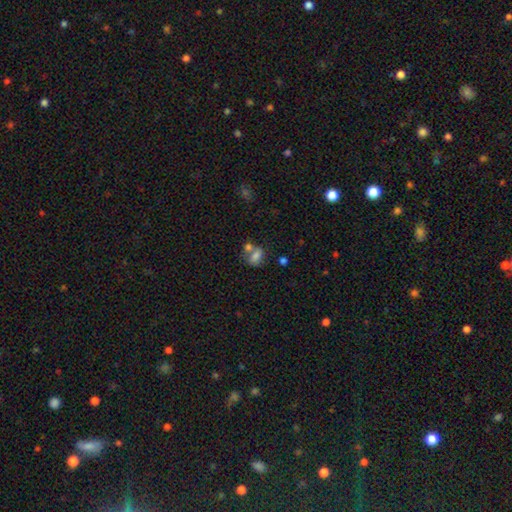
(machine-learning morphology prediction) This is likely a smooth galaxy (74%). How rounded: likely in between (75%). Merging: marginally merger (44%).